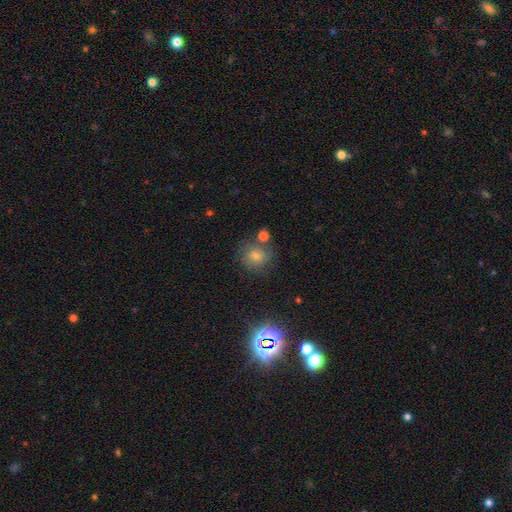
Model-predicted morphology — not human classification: This appears to be a smooth galaxy with no disk features (46%). Merging: none (75%).